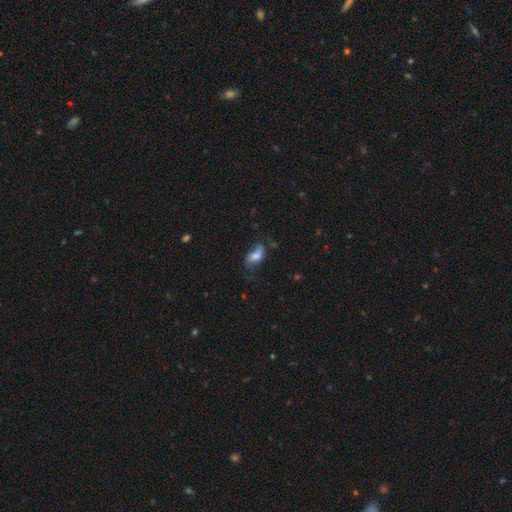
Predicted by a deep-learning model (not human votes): smooth_or_featured: smooth (p=0.63) [alt: featured or disk p=0.28]
how_rounded: in between (p=0.87) [alt: cigar-shaped p=0.07]
merging: none (p=0.46) [alt: minor disturbance p=0.32]